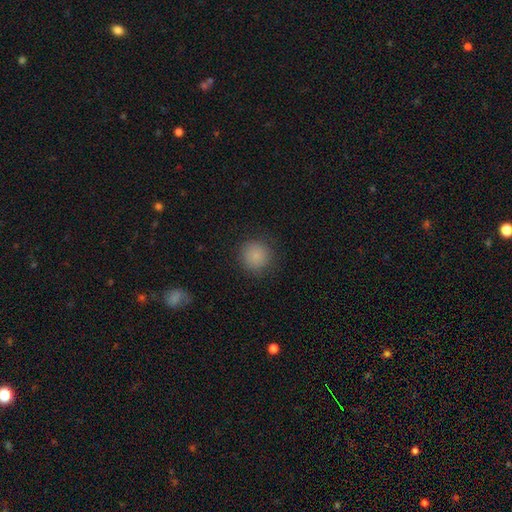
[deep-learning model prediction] smooth 85%, star or artifact 10%, featured or disk 5%. Down the decision tree: how rounded — round (94%); merging — none (88%).